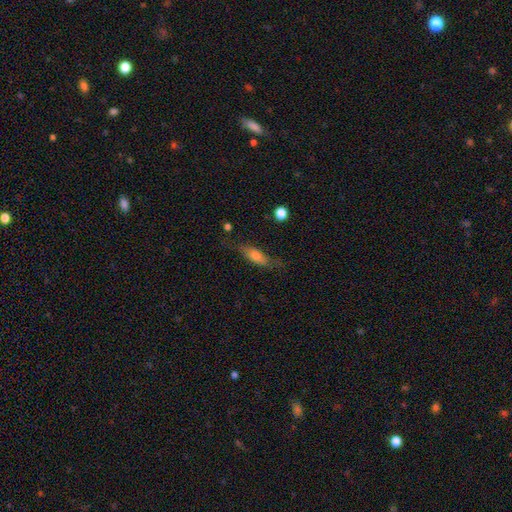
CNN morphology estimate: smooth_or_featured: smooth (p=0.54) [alt: featured or disk p=0.37]
how_rounded: cigar-shaped (p=0.56) [alt: in between p=0.41]
merging: none (p=0.69) [alt: minor disturbance p=0.21]